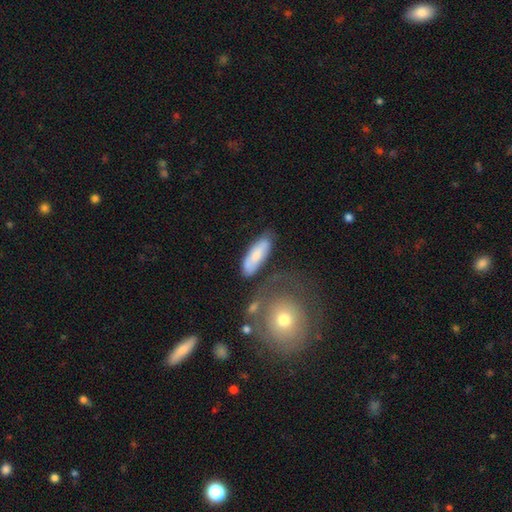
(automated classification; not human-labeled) Smooth or featured? smooth (68%)
How rounded? in between (59%)
Merging? none (64%)